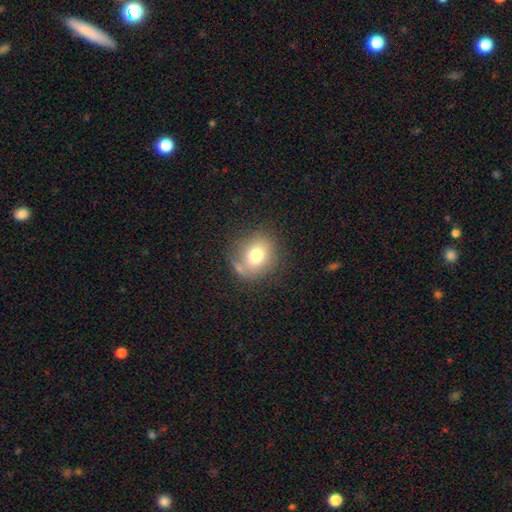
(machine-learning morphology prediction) This appears to be a smooth galaxy with no disk features (73%) that is round (71%). Merging: none (69%).